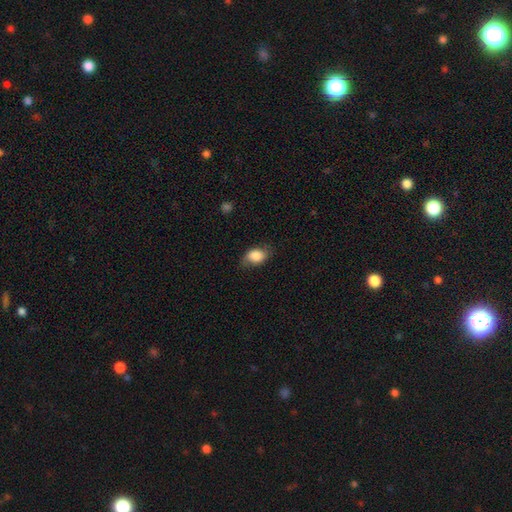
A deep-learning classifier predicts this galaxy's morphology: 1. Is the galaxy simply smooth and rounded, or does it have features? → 82% smooth, 11% featured or disk, 7% star or artifact.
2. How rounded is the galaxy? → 80% in between, 18% round, 2% cigar-shaped.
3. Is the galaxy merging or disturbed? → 68% none, 24% minor disturbance, 7% major disturbance, 1% merger.